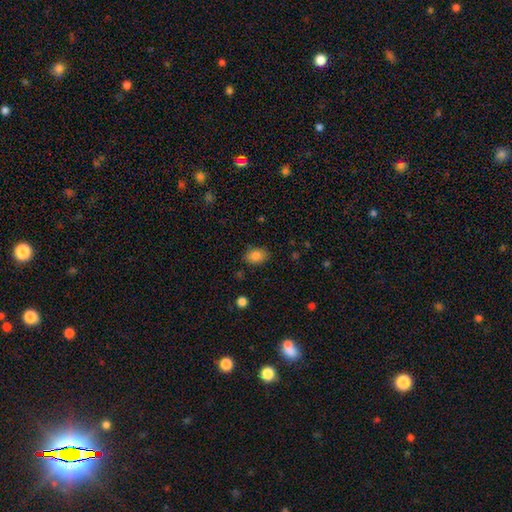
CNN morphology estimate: Smooth or featured: smooth — 85% (star or artifact — 9%)
How rounded: in between — 78% (round — 21%)
Merging: none — 82% (minor disturbance — 13%)